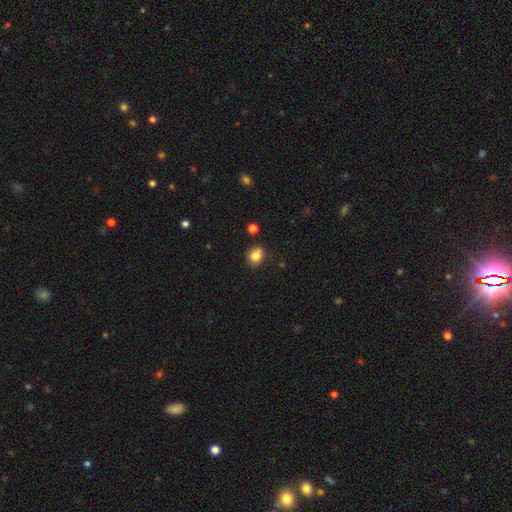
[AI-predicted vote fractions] Smooth or featured?
  - smooth: 81% *
  - star or artifact: 11%
  - featured or disk: 8%
How rounded?
  - round: 71% *
  - in between: 28%
  - cigar-shaped: 1%
Merging?
  - none: 74% *
  - minor disturbance: 16%
  - merger: 6%
  - major disturbance: 3%